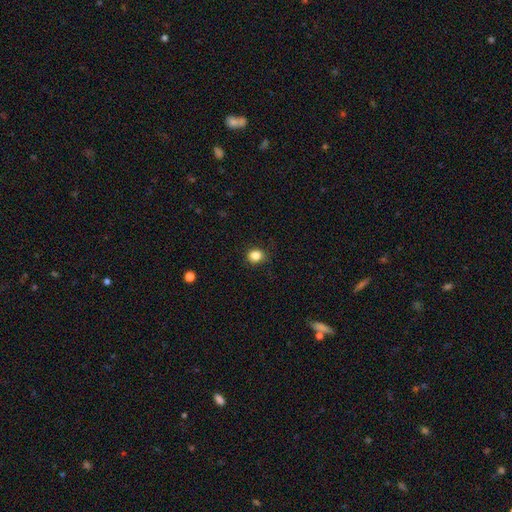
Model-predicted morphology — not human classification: A smooth galaxy with no disk features (85%) that is round (73%). Merging: none (84%).